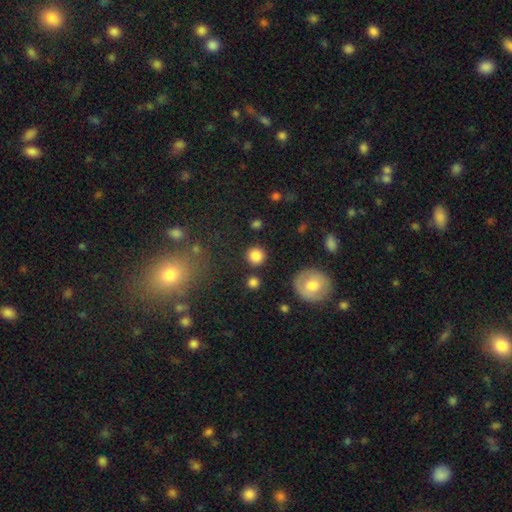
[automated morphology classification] smooth 85%, star or artifact 10%, featured or disk 5%. Down the decision tree: how rounded — round (93%); merging — none (87%).